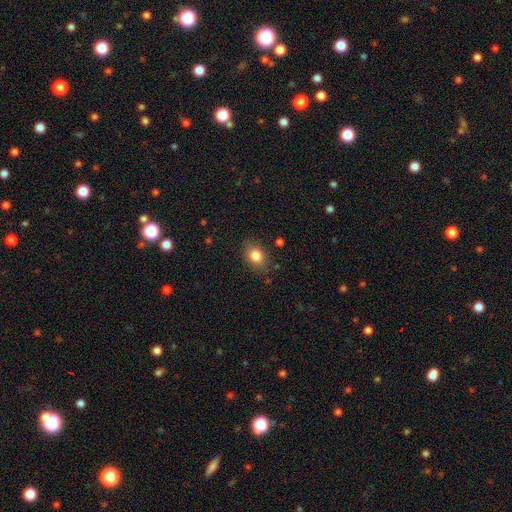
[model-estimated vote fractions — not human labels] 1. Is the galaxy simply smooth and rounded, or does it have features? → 82% smooth, 10% star or artifact, 8% featured or disk.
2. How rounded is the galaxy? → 60% in between, 39% round, 1% cigar-shaped.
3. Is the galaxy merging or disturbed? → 82% none, 13% minor disturbance, 3% major disturbance, 1% merger.